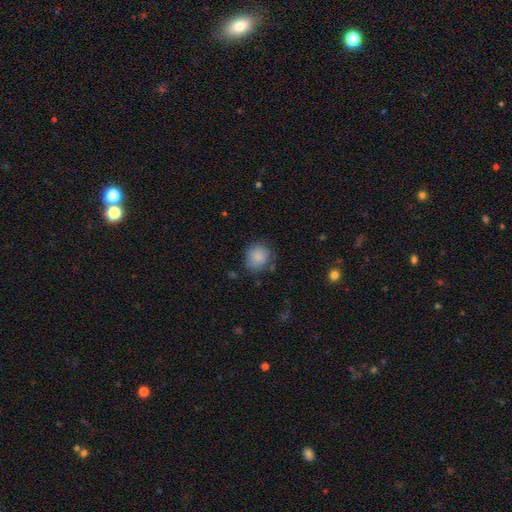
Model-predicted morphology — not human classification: The model was most divided on "merging": none: 76%, minor disturbance: 18%, major disturbance: 4%, merger: 2%. More confident: smooth or featured — smooth (86%); how rounded — round (82%).